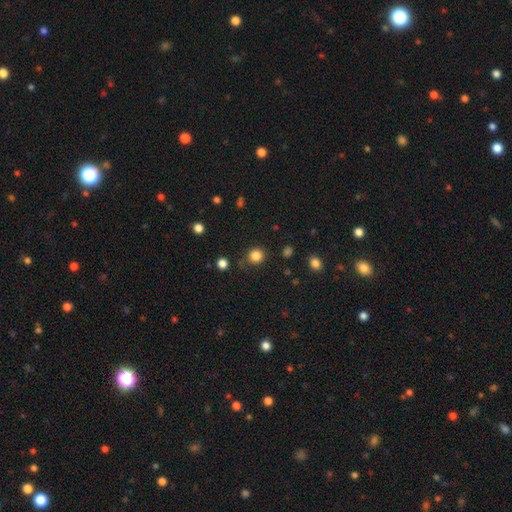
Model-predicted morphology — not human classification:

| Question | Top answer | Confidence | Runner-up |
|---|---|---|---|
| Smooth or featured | smooth | 84% | star or artifact (12%) |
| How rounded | round | 88% | in between (11%) |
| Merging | none | 81% | minor disturbance (12%) |